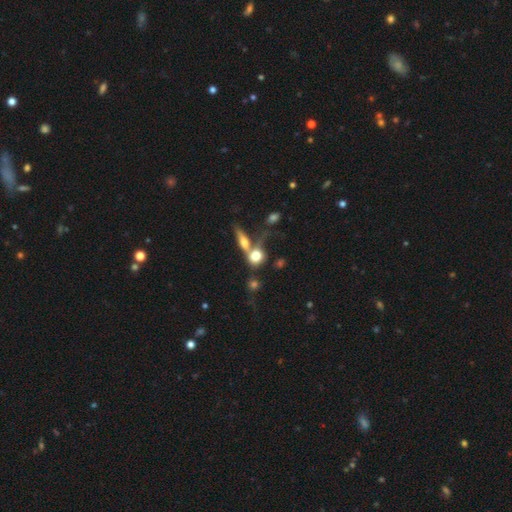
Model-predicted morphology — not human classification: type=smooth (68%); roundness=round (54%); merging=merger (55%).